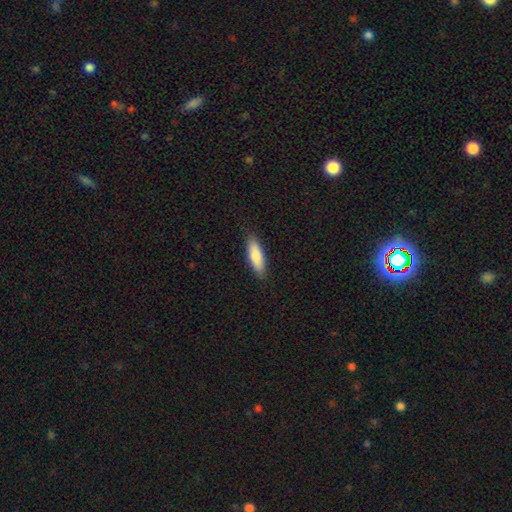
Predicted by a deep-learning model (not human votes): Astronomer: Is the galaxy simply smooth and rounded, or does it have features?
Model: smooth — 80%.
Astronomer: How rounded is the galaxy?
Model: cigar-shaped — 51% (runner-up: in between, 48%).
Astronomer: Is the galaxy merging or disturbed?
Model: none — 87%.